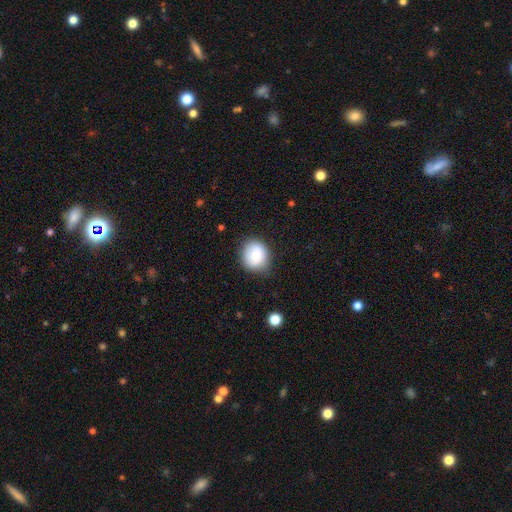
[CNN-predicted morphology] A smooth galaxy with no disk features (67%) that is round (78%). Merging: none (76%).